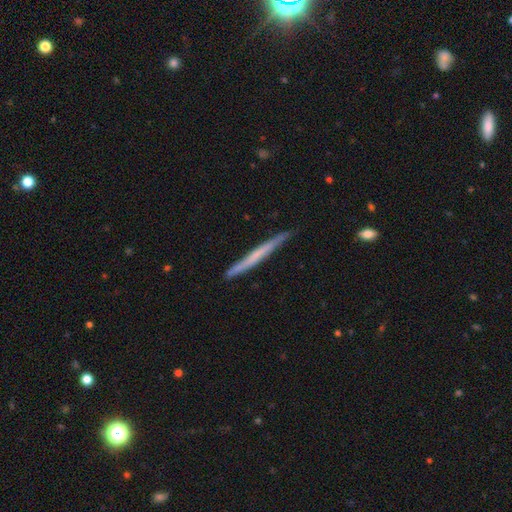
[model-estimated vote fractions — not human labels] Smooth or featured: featured or disk — 48% (smooth — 47%)
Merging: none — 87% (minor disturbance — 11%)